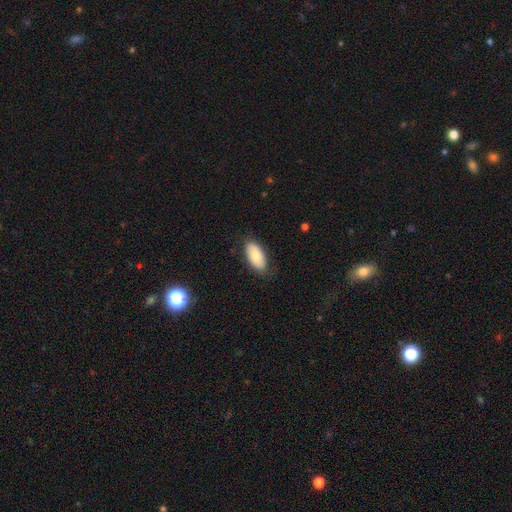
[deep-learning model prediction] The model was most divided on "smooth or featured": smooth: 80%, featured or disk: 14%, star or artifact: 6%. More confident: how rounded — in between (93%); merging — none (82%).